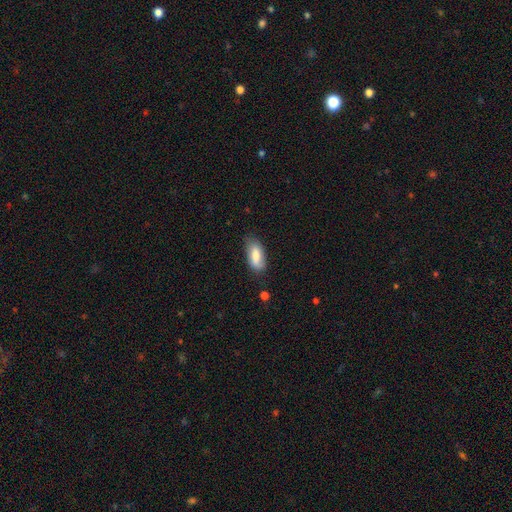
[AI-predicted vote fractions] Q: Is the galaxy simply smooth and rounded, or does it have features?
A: smooth — 74%.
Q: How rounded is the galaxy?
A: in between — 88%.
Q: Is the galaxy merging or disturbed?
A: none — 67%.